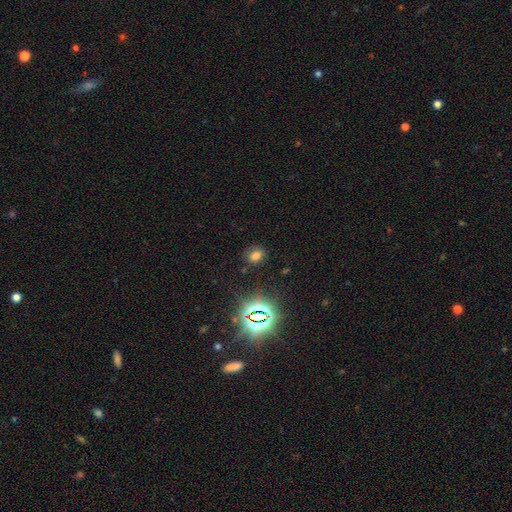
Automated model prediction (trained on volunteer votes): This appears to be a smooth galaxy with no disk features (64%) that is in between round and cigar-shaped (53%). Merging: none (80%).